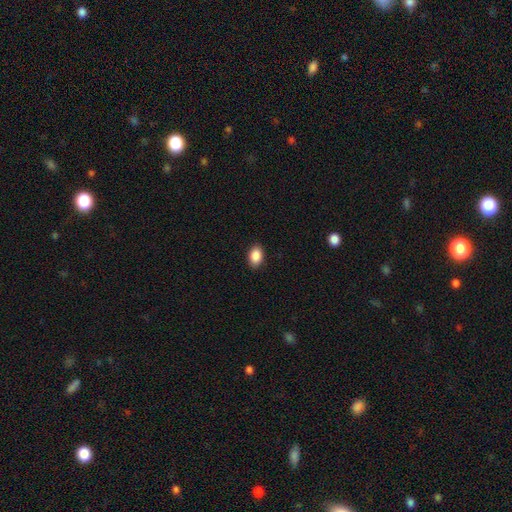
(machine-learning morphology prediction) A smooth galaxy with no disk features (89%) that is in between round and cigar-shaped (87%). Merging: none (89%).